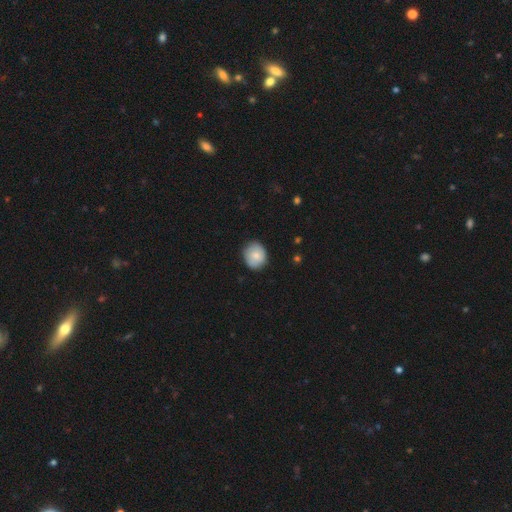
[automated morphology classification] Smooth or featured?
  - smooth: 79% *
  - featured or disk: 14%
  - star or artifact: 7%
How rounded?
  - round: 75% *
  - in between: 24%
  - cigar-shaped: 1%
Merging?
  - none: 83% *
  - minor disturbance: 14%
  - major disturbance: 2%
  - merger: 1%